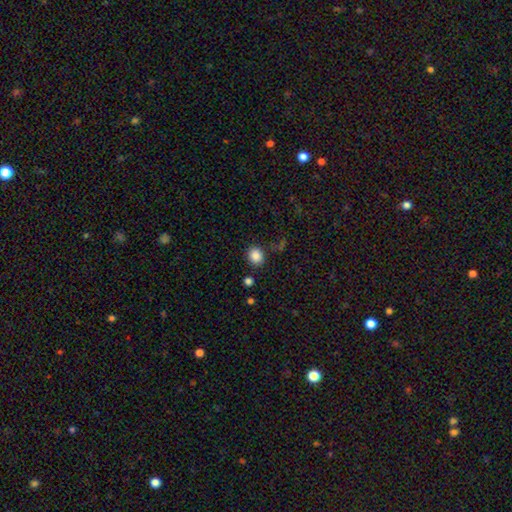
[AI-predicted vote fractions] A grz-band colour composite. It shows a smooth galaxy with no disk features (86%) that is round (72%). Merging: none (82%).